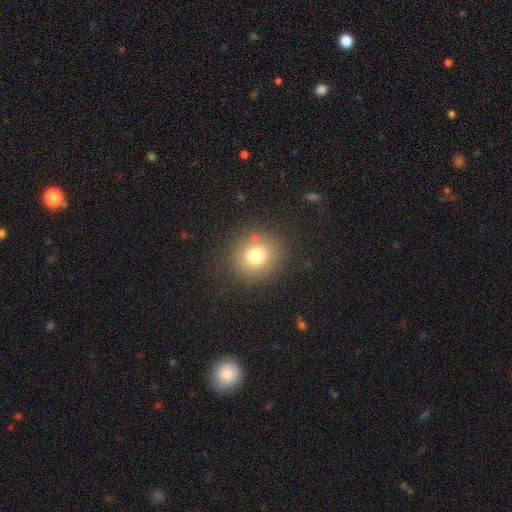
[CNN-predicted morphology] Smooth or featured?
  - smooth: 75% *
  - star or artifact: 15%
  - featured or disk: 10%
How rounded?
  - round: 87% *
  - in between: 12%
  - cigar-shaped: 1%
Merging?
  - none: 85% *
  - minor disturbance: 9%
  - major disturbance: 4%
  - merger: 3%